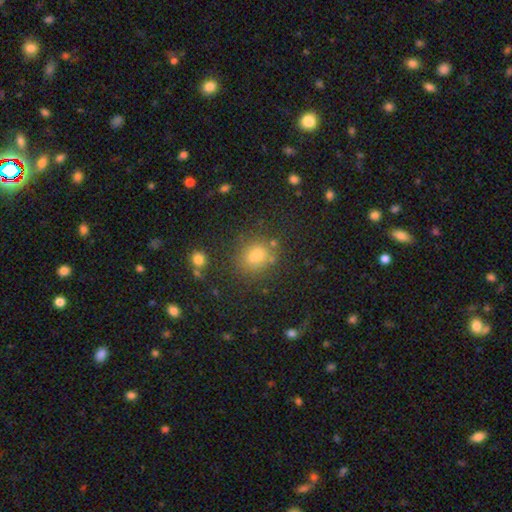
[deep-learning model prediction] Smooth or featured: smooth — 76% (star or artifact — 17%)
How rounded: round — 64% (in between — 34%)
Merging: none — 75% (minor disturbance — 13%)